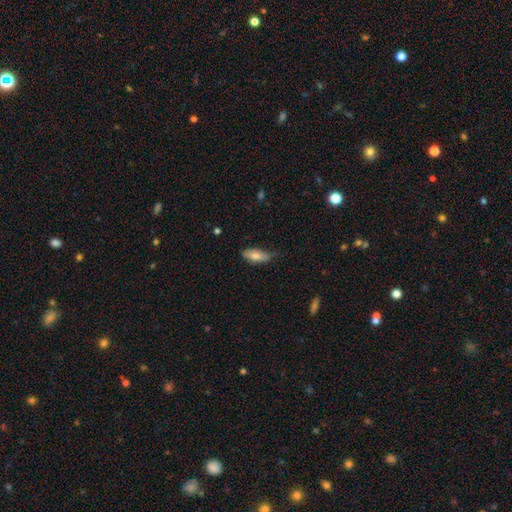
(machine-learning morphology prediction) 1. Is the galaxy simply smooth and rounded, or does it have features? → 79% smooth, 15% featured or disk, 6% star or artifact.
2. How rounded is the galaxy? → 77% in between, 21% cigar-shaped, 2% round.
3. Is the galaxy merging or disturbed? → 59% none, 33% minor disturbance, 6% major disturbance, 2% merger.